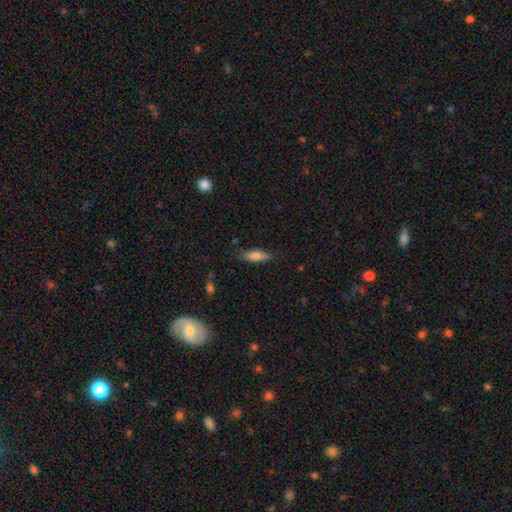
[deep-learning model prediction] smooth 79%, featured or disk 14%, star or artifact 7%. Down the decision tree: how rounded — in between (51%); merging — none (79%).